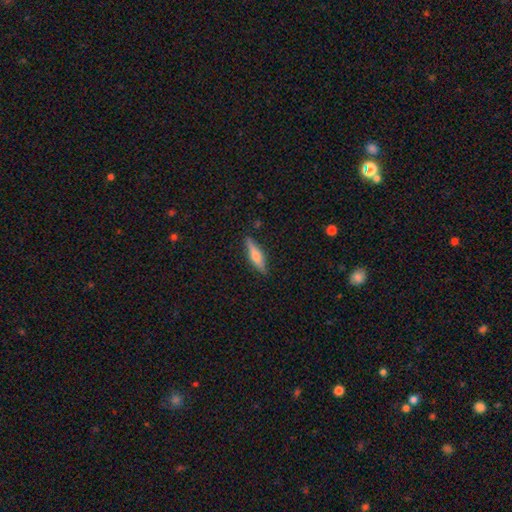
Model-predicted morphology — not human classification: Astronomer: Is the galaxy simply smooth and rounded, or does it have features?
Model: smooth — 50% (runner-up: featured or disk, 44%).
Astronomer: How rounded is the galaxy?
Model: cigar-shaped — 74%.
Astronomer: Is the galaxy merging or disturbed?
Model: none — 87%.